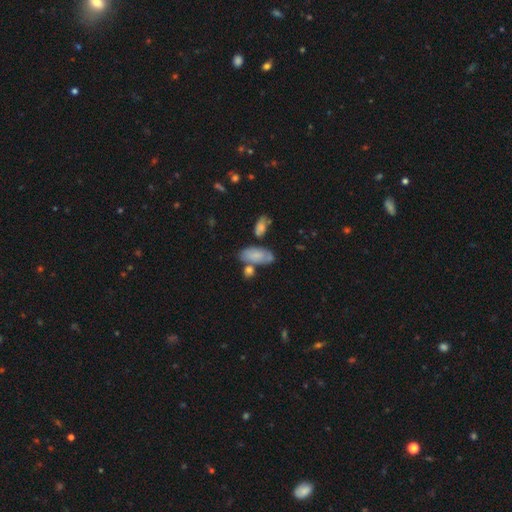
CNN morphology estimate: This is likely a smooth galaxy (70%). How rounded: clearly in between (88%). Merging: possibly none (53%).